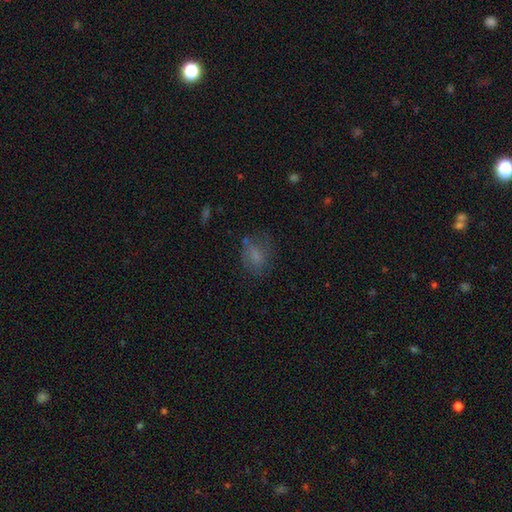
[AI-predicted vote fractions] Q: Smooth or featured?
A: smooth (64%); runner-up: featured or disk (22%)
Q: How rounded?
A: in between (67%); runner-up: round (31%)
Q: Merging?
A: none (59%); runner-up: minor disturbance (22%)